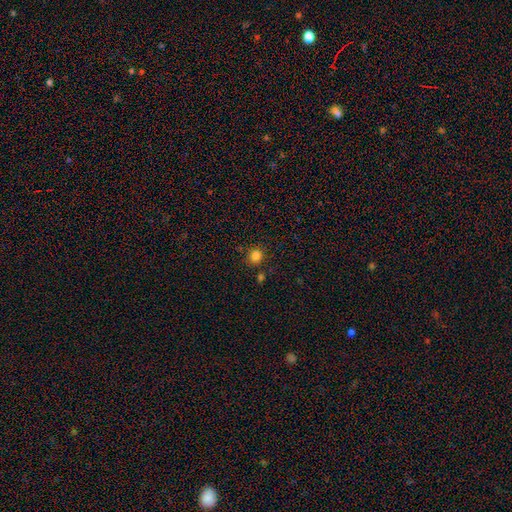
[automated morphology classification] Smooth or featured? smooth (82%)
How rounded? round (80%)
Merging? none (83%)